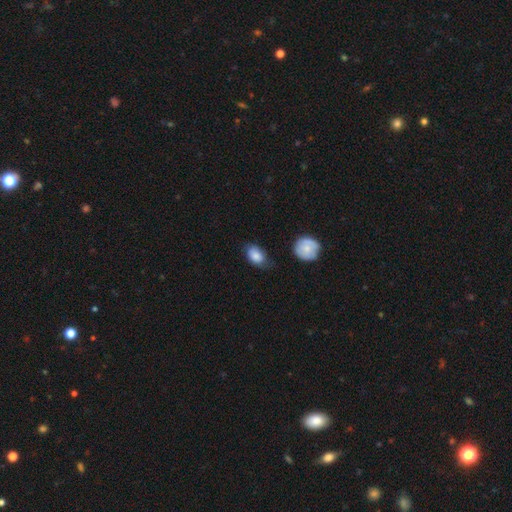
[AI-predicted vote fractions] smooth_or_featured: smooth (p=0.84) [alt: featured or disk p=0.10]
how_rounded: in between (p=0.84) [alt: round p=0.15]
merging: none (p=0.59) [alt: minor disturbance p=0.30]